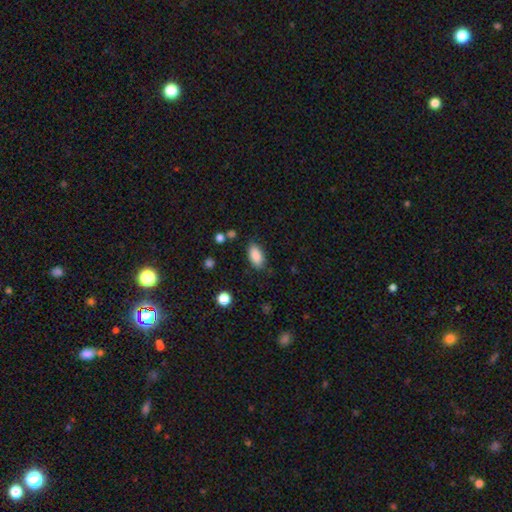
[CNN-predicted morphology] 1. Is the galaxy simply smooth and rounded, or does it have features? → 87% smooth, 8% star or artifact, 5% featured or disk.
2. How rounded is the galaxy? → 91% in between, 5% cigar-shaped, 3% round.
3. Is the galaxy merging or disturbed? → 82% none, 12% minor disturbance, 3% major disturbance, 2% merger.